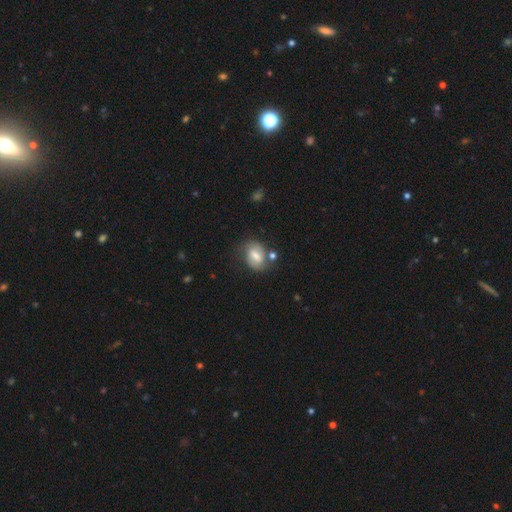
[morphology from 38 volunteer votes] smooth_or_featured: smooth (p=0.53) [alt: featured or disk p=0.45]
how_rounded: in between (p=0.75) [alt: cigar-shaped p=0.15]
merging: none (p=0.51) [alt: minor disturbance p=0.24]